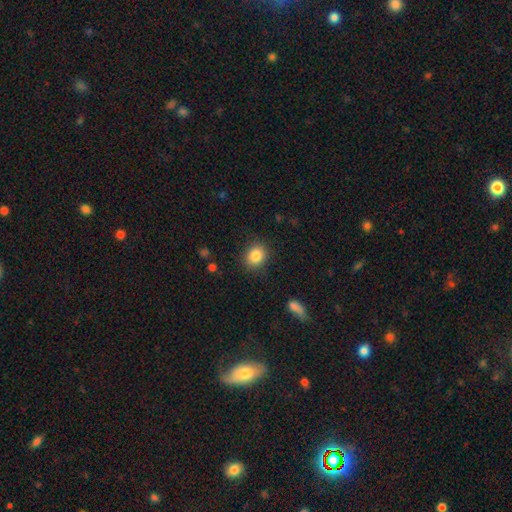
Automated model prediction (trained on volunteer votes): The model was most divided on "how rounded": round: 57%, in between: 42%, cigar-shaped: 1%. More confident: merging — none (87%); smooth or featured — smooth (86%).